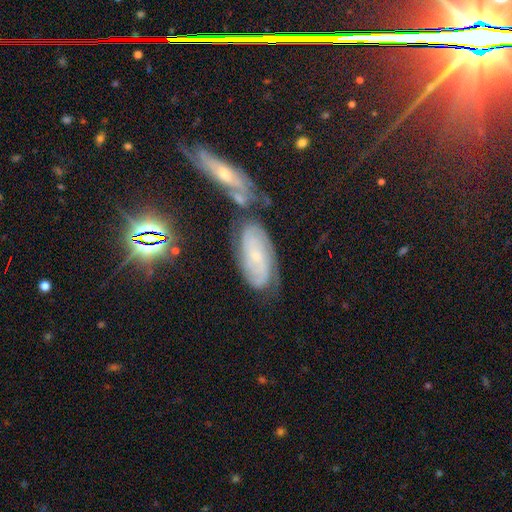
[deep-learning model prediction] A featured or disk galaxy (71%) with no bar (66%), 2 (41%) tight (64%) spiral arms (93%) and a small central bulge (78%).

Vote fractions:
- Smooth or featured? featured or disk: 71% / smooth: 17% / star or artifact: 11%
- Edge-on disk? no: 91% / yes: 9%
- Bar? no: 66% / weak: 26% / strong: 8%
- Spiral arms? yes: 93% / no: 7%
- Spiral winding? tight: 64% / medium: 28% / loose: 8%
- Spiral arm count? 2: 41% / can't tell: 35% / 3: 12% / 4: 5% / 1: 4% / more than 4: 4%
- Bulge size? small: 78% / moderate: 17% / none: 3% / large: 1% / dominant: 1%
- Merging? none: 64% / minor disturbance: 18% / merger: 13% / major disturbance: 6%